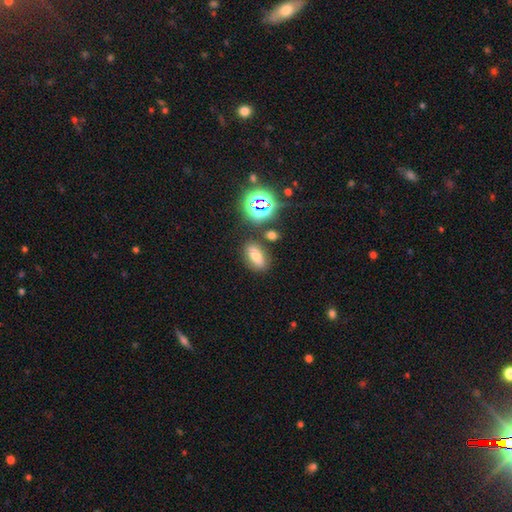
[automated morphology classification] This is likely a smooth galaxy (63%). How rounded: likely in between (79%). Merging: likely none (79%).